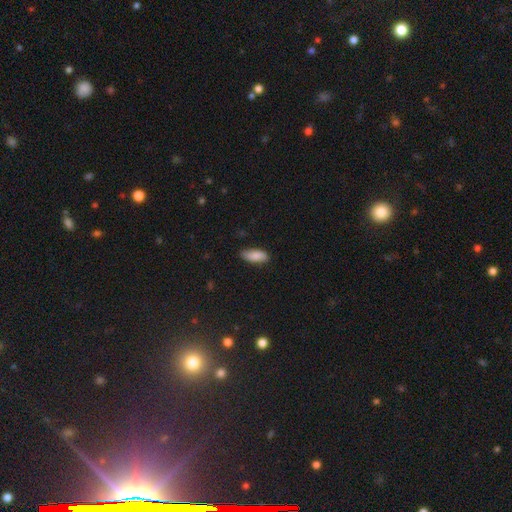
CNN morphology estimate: smooth_or_featured: smooth (p=0.84) [alt: featured or disk p=0.10]
how_rounded: in between (p=0.81) [alt: cigar-shaped p=0.17]
merging: none (p=0.78) [alt: minor disturbance p=0.18]